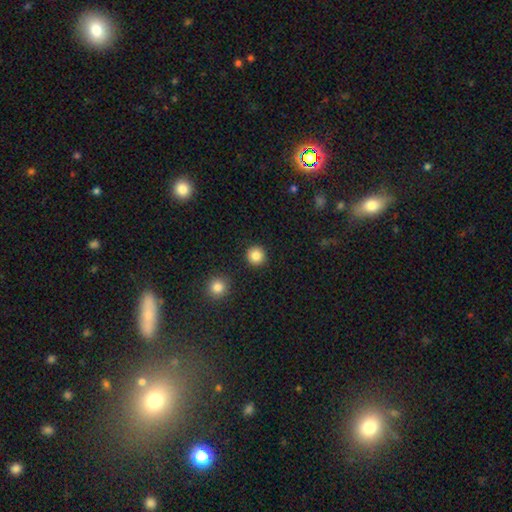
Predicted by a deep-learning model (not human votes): Smooth or featured? smooth (86%)
How rounded? round (94%)
Merging? none (91%)